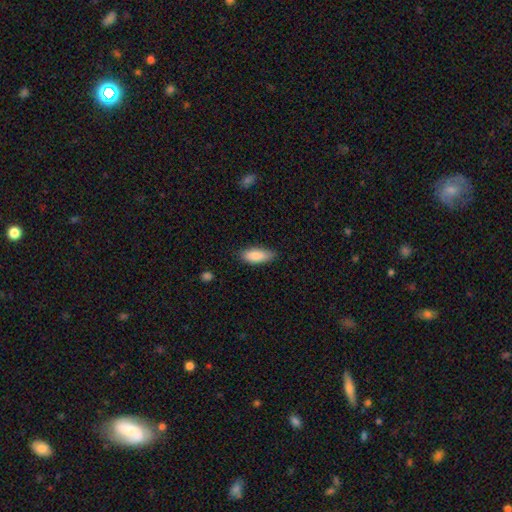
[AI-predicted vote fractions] Q: Smooth or featured?
A: smooth (86%); runner-up: featured or disk (7%)
Q: How rounded?
A: in between (76%); runner-up: cigar-shaped (22%)
Q: Merging?
A: none (77%); runner-up: minor disturbance (18%)